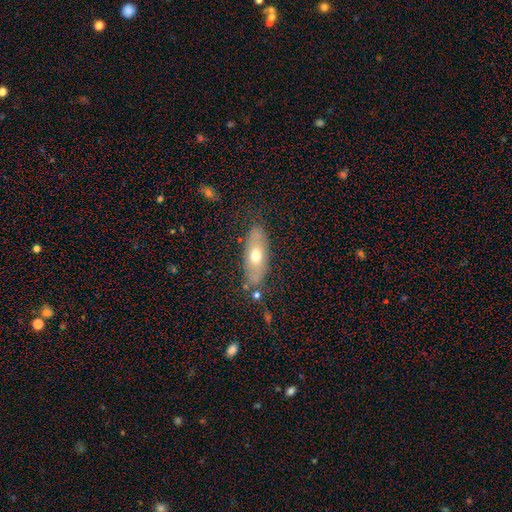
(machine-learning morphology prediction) A smooth galaxy with no disk features (59%) that is in between round and cigar-shaped (71%).

Vote fractions:
- Smooth or featured? smooth: 59% / featured or disk: 34% / star or artifact: 7%
- How rounded? in between: 71% / cigar-shaped: 25% / round: 4%
- Merging? none: 75% / minor disturbance: 16% / major disturbance: 5% / merger: 4%